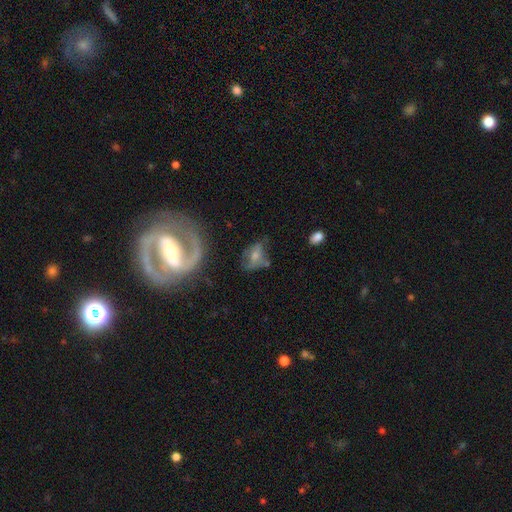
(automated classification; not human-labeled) featured or disk 44% (tied), smooth 44% (tied), star or artifact 12%. Down the decision tree: merging — none (42%).